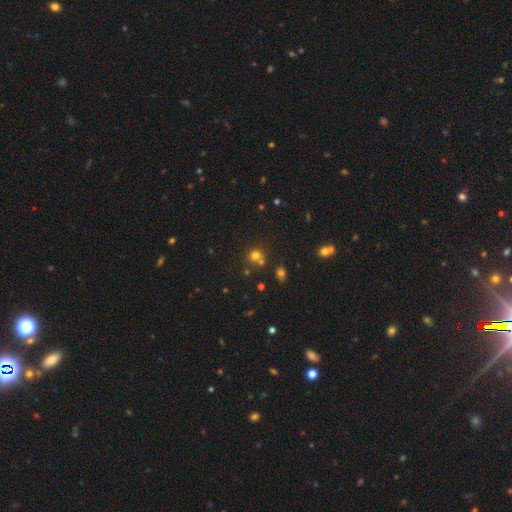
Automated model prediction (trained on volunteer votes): Smooth or featured? smooth (67%)
How rounded? round (88%)
Merging? none (62%)